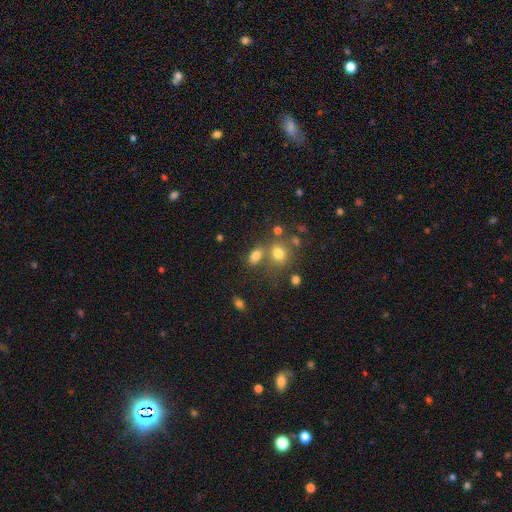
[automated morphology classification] smooth-or-featured: smooth: 76% | star or artifact: 14% | featured or disk: 10%
  how-rounded: in between: 75% | round: 22% | cigar-shaped: 2%
  merging: none: 51% | merger: 32% | minor disturbance: 12% | major disturbance: 5%